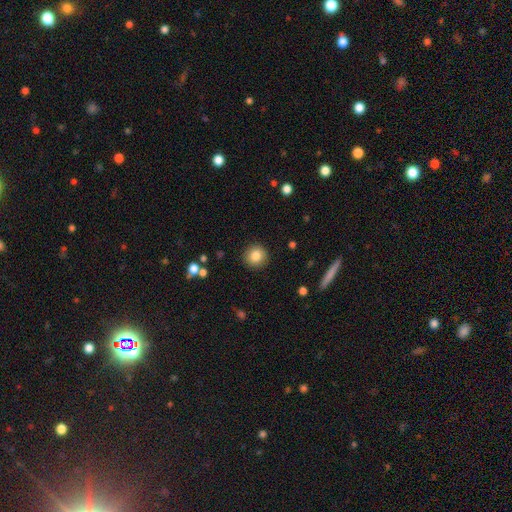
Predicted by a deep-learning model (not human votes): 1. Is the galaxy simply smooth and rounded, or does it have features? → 84% smooth, 9% star or artifact, 7% featured or disk.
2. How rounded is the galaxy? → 93% round, 6% in between, 1% cigar-shaped.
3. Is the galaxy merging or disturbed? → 91% none, 6% minor disturbance, 2% major disturbance, 1% merger.